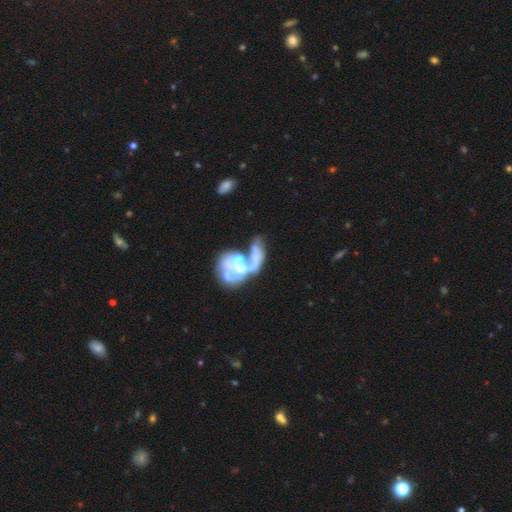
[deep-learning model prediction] Q: Smooth or featured?
A: featured or disk (74%); runner-up: smooth (17%)
Q: Edge-on disk?
A: no (98%); runner-up: yes (2%)
Q: Bar?
A: no (70%); runner-up: weak (22%)
Q: Spiral arms?
A: yes (51%); runner-up: no (49%)
Q: Bulge size?
A: moderate (51%); runner-up: small (17%)
Q: Merging?
A: merger (51%); runner-up: major disturbance (28%)